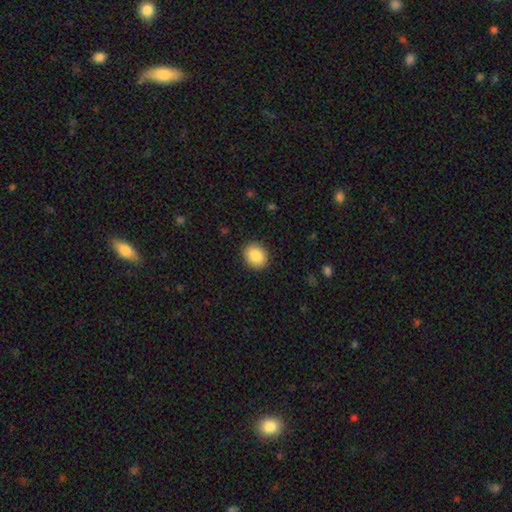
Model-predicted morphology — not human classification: Q: Smooth or featured?
A: smooth (87%); runner-up: star or artifact (8%)
Q: How rounded?
A: round (56%); runner-up: in between (43%)
Q: Merging?
A: none (90%); runner-up: minor disturbance (7%)